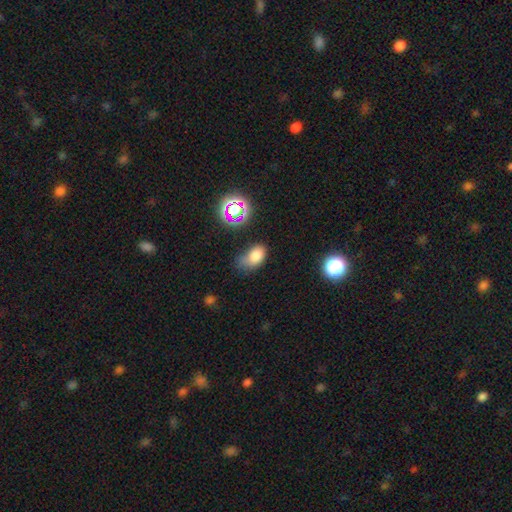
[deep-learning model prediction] A smooth galaxy with no disk features (76%) that is in between round and cigar-shaped (85%). Merging: none (42%).